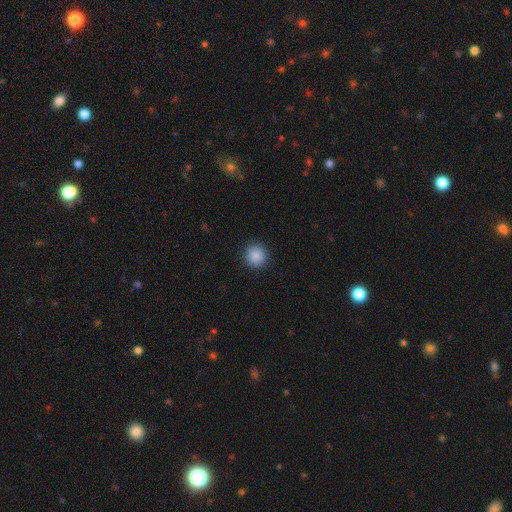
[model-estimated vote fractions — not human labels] Smooth or featured? Predicted: smooth (p=0.88). How rounded? Predicted: round (p=0.93). Merging? Predicted: none (p=0.91).